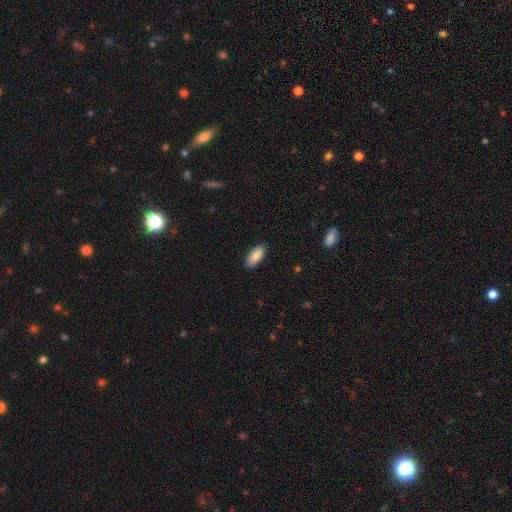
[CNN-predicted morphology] This appears to be a smooth galaxy with no disk features (89%) that is in between round and cigar-shaped (85%). Merging: none (90%).